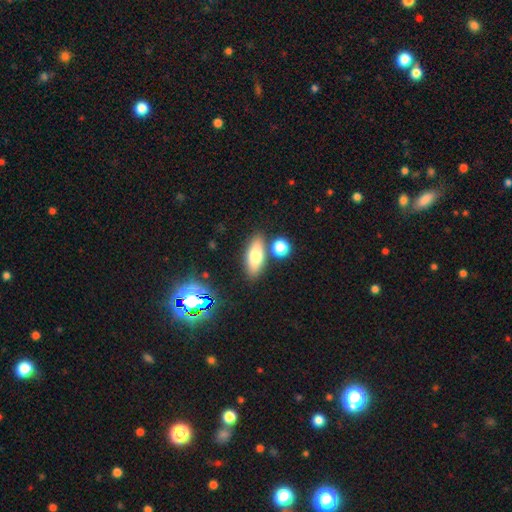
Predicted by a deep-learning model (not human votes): Smooth or featured? Predicted: smooth (p=0.69). How rounded? Predicted: in between (p=0.69). Merging? Predicted: none (p=0.78).